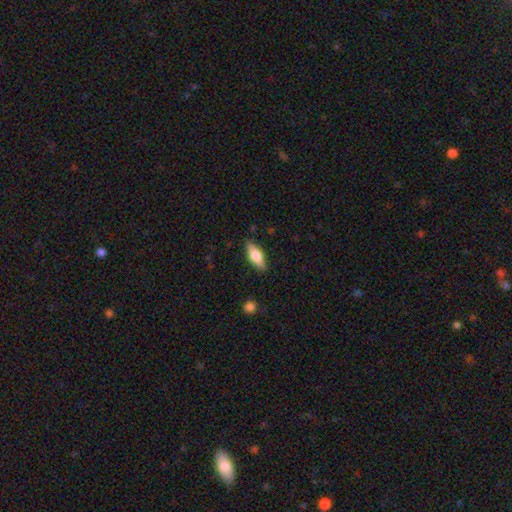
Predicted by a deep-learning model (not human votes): Overall: smooth (60%; featured or disk 34%). How rounded: in between (68%; cigar-shaped 29%). Merging: none (86%).